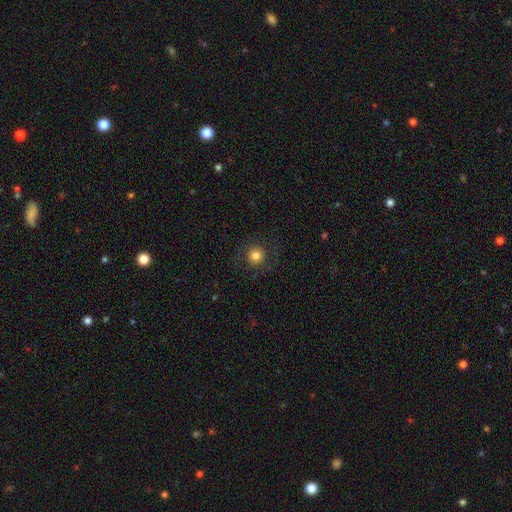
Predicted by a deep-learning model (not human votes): Overall: smooth (80%). How rounded: round (93%). Merging: none (86%).